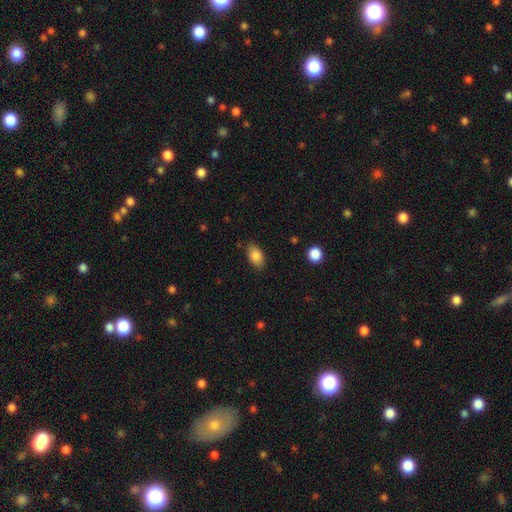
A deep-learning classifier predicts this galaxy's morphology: Overall: smooth (86%). How rounded: in between (91%). Merging: none (84%).